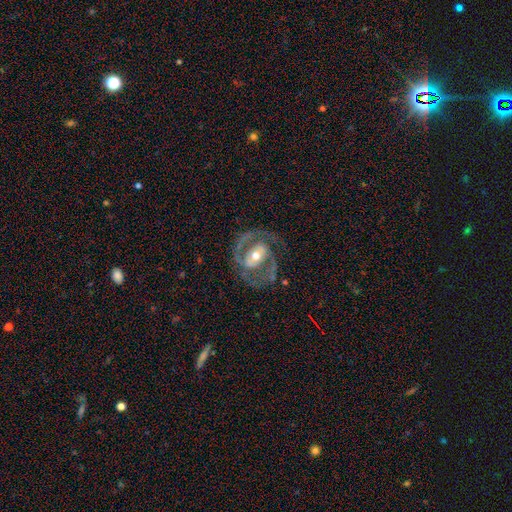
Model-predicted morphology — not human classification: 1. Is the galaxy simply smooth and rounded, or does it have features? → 86% featured or disk, 9% smooth, 5% star or artifact.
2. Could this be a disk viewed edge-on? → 96% no, 4% yes.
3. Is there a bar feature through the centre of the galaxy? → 34% no (tied), 34% weak (tied), 33% strong.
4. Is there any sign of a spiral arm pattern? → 89% yes, 11% no.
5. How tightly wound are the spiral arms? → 51% medium, 35% tight, 14% loose.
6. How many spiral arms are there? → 86% 2, 5% can't tell, 4% 1, 2% 3, 1% 4, 1% more than 4.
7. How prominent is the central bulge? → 66% moderate, 24% small, 8% large, 1% dominant, 1% none.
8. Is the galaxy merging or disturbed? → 73% none, 14% minor disturbance, 11% major disturbance, 2% merger.